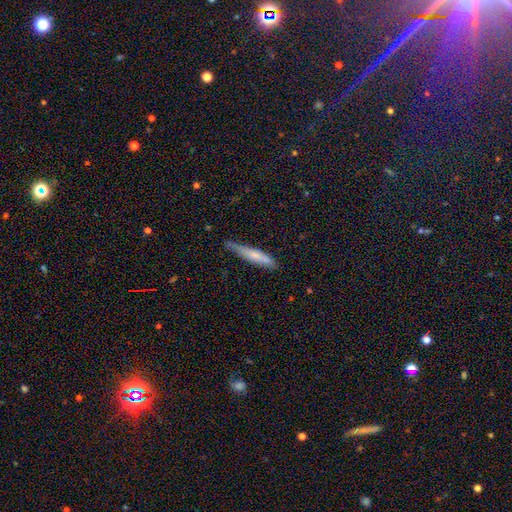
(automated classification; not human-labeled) A smooth galaxy with no disk features (61%) that is cigar-shaped (92%).

Vote fractions:
- Smooth or featured? smooth: 61% / featured or disk: 32% / star or artifact: 7%
- How rounded? cigar-shaped: 92% / in between: 7% / round: 1%
- Merging? none: 68% / minor disturbance: 26% / major disturbance: 4% / merger: 2%